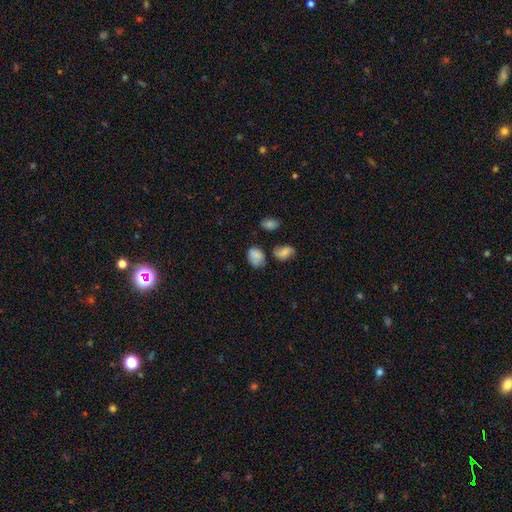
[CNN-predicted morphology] smooth_or_featured: smooth (p=0.79) [alt: star or artifact p=0.11]
how_rounded: in between (p=0.68) [alt: round p=0.31]
merging: none (p=0.53) [alt: minor disturbance p=0.26]